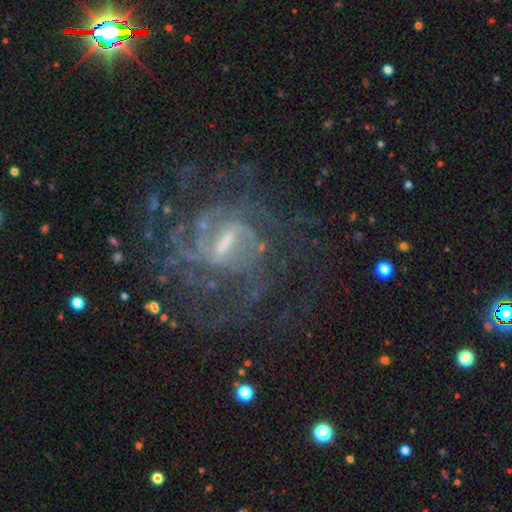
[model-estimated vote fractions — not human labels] smooth-or-featured: featured or disk: 84% | star or artifact: 10% | smooth: 6%
  disk-edge-on: no: 97% | yes: 3%
    bar: weak: 50% | strong: 36% | no: 14%
    has-spiral-arms: yes: 92% | no: 8%
      spiral-winding: tight: 51% | medium: 37% | loose: 12%
      spiral-arm-count: can't tell: 40% | 2: 15% | 4: 15% | 3: 13% | more than 4: 10% | 1: 7%
    bulge-size: small: 51% | moderate: 27% | none: 18% | large: 3% | dominant: 1%
  merging: none: 66% | major disturbance: 17% | minor disturbance: 15% | merger: 2%